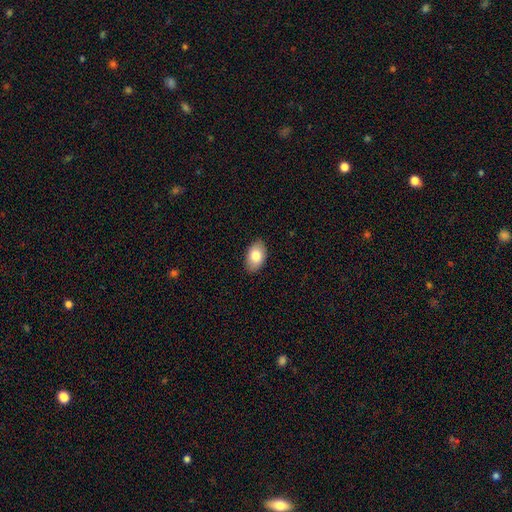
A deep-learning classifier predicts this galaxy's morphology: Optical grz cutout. It shows a smooth galaxy with no disk features (81%) that is in between round and cigar-shaped (92%). Merging: none (88%).